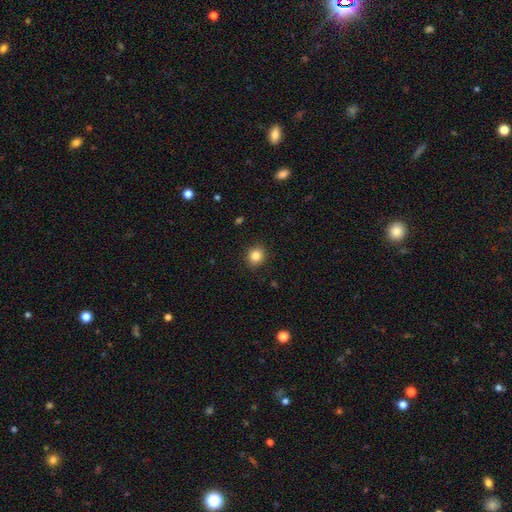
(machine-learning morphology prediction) The model was most divided on "how rounded": round: 78%, in between: 21%, cigar-shaped: 1%. More confident: merging — none (90%); smooth or featured — smooth (84%).